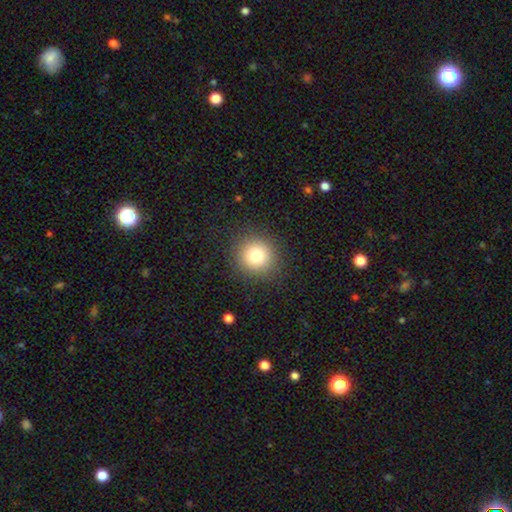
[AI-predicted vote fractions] Smooth or featured?
  - smooth: 78% *
  - star or artifact: 13%
  - featured or disk: 9%
How rounded?
  - round: 93% *
  - in between: 6%
  - cigar-shaped: 1%
Merging?
  - none: 90% *
  - minor disturbance: 6%
  - major disturbance: 3%
  - merger: 1%